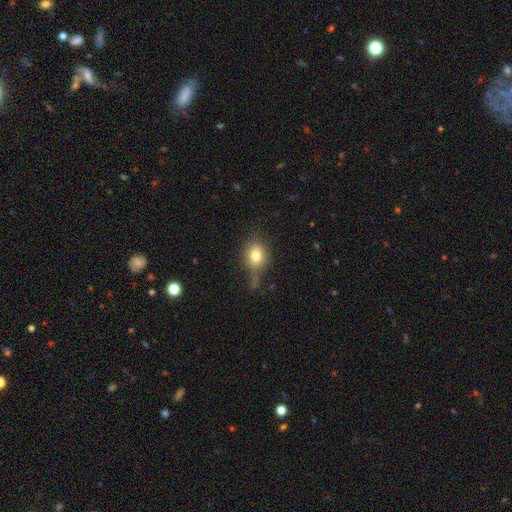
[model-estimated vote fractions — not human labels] Overall: smooth (75%). How rounded: round (60%; in between 38%). Merging: none (51%; minor disturbance 29%).